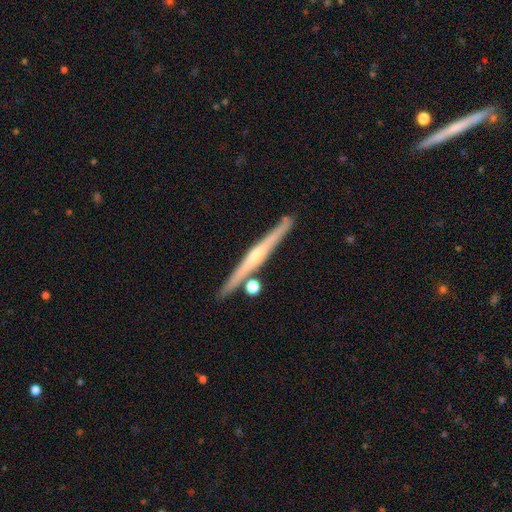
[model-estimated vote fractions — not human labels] A featured or disk galaxy (79%) viewed edge-on (98%) with a rounded central bulge (72%).

Vote fractions:
- Smooth or featured? featured or disk: 79% / smooth: 15% / star or artifact: 6%
- Edge-on disk? yes: 98% / no: 2%
- Edge-on bulge? rounded: 72% / none: 19% / boxy: 9%
- Merging? none: 87% / minor disturbance: 8% / merger: 4% / major disturbance: 2%